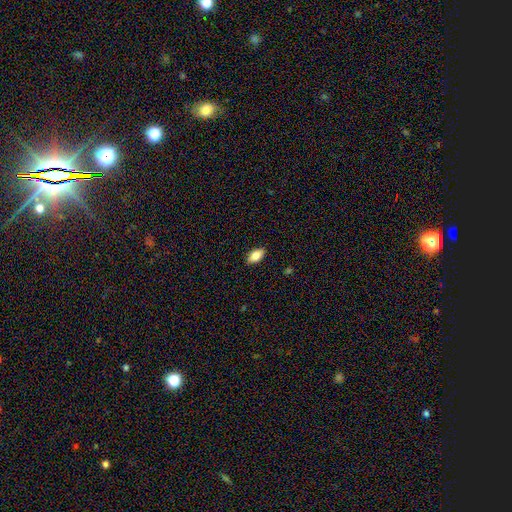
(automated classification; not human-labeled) The model was most divided on "smooth or featured": smooth: 84%, featured or disk: 9%, star or artifact: 7%. More confident: how rounded — in between (92%); merging — none (89%).